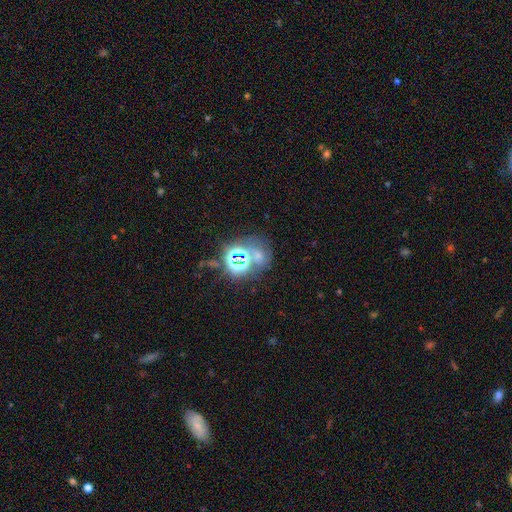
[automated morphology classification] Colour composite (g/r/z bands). It shows a star or artifact, not a galaxy (52%).